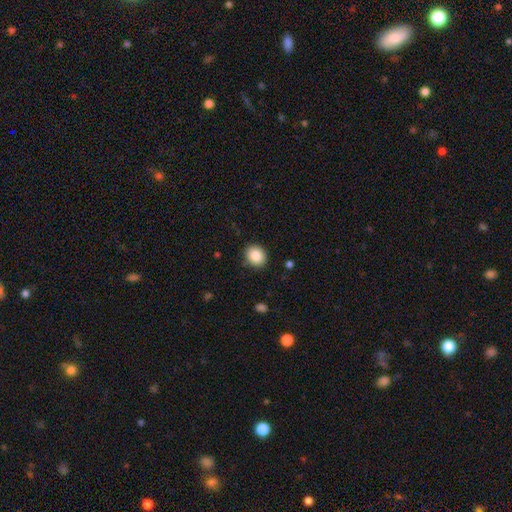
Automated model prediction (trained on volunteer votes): Smooth or featured?
  - smooth: 87% *
  - star or artifact: 9%
  - featured or disk: 5%
How rounded?
  - round: 68% *
  - in between: 31%
  - cigar-shaped: 1%
Merging?
  - none: 87% *
  - minor disturbance: 9%
  - major disturbance: 2%
  - merger: 1%